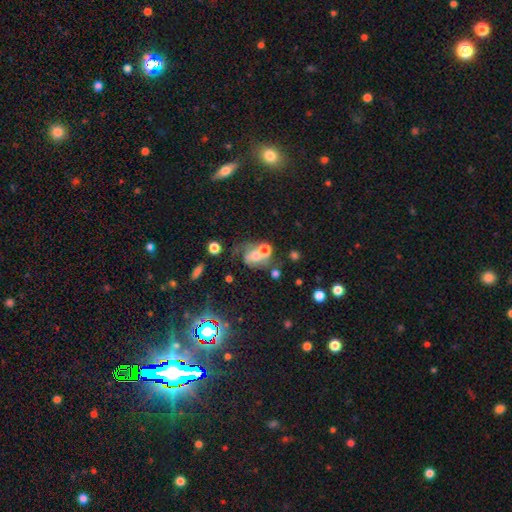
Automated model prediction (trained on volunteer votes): A smooth galaxy with no disk features (44%). Merging: merger (40%).